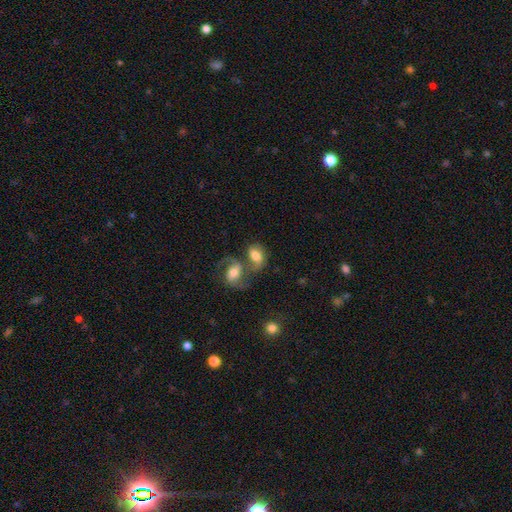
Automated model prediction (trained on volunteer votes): Morphology: type=smooth (53%); roundness=in between (80%); merging=merger (60%).